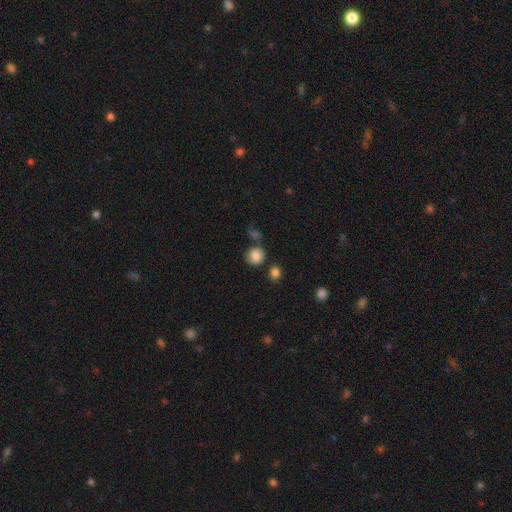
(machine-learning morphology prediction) This is clearly a smooth galaxy (82%). How rounded: likely round (79%). Merging: likely none (71%).